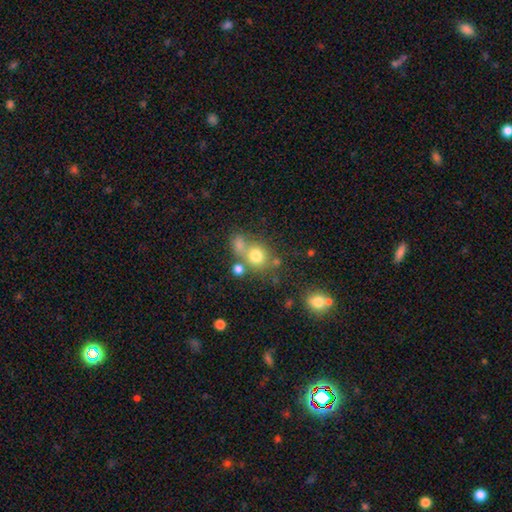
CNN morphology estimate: A smooth galaxy with no disk features (73%) that is round (75%). Merging: none (51%).